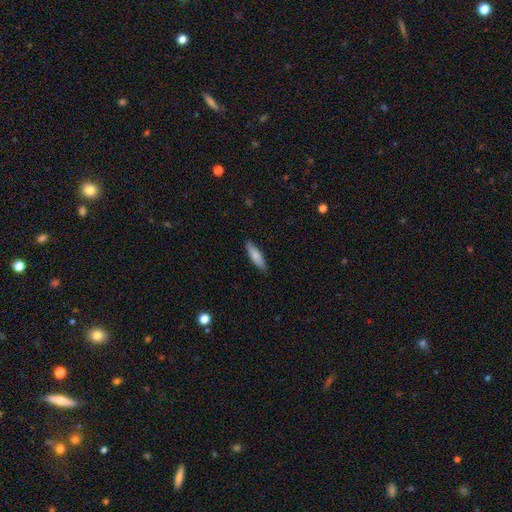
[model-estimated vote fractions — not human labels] The model was most divided on "how rounded": cigar-shaped: 70%, in between: 29%, round: 2%. More confident: merging — none (88%); smooth or featured — smooth (80%).